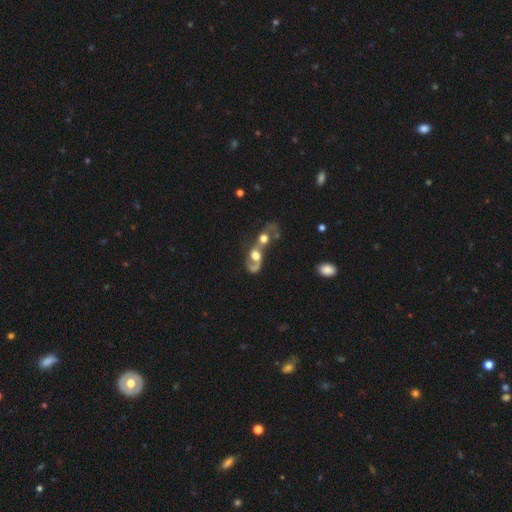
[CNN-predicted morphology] featured or disk 52%, smooth 37%, star or artifact 10%. Down the decision tree: edge-on disk — no (95%); merging — merger (76%).